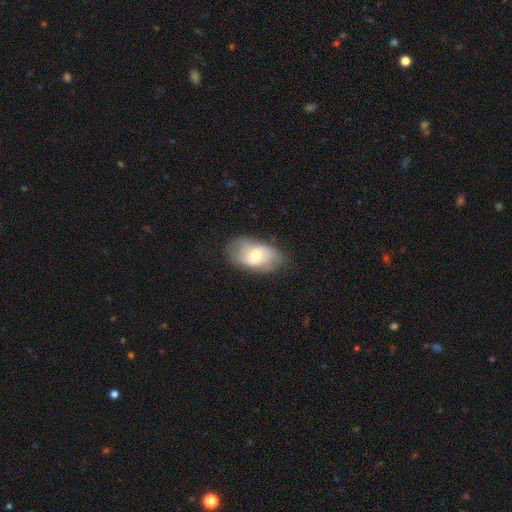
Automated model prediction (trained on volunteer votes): smooth-or-featured: smooth: 49% | featured or disk: 43% | star or artifact: 8%
  merging: none: 71% | minor disturbance: 20% | major disturbance: 7% | merger: 1%